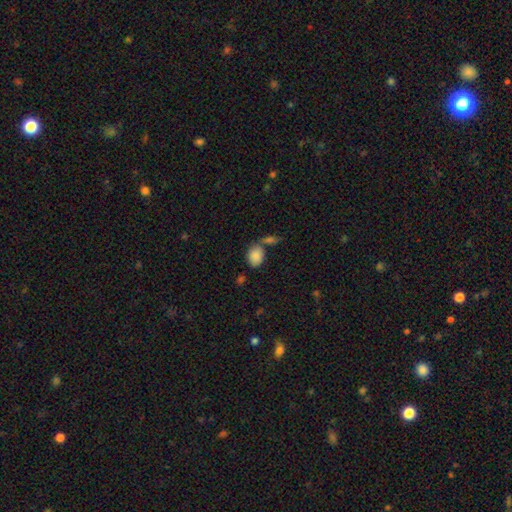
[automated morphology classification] A smooth galaxy with no disk features (86%) that is in between round and cigar-shaped (72%). Merging: none (49%).